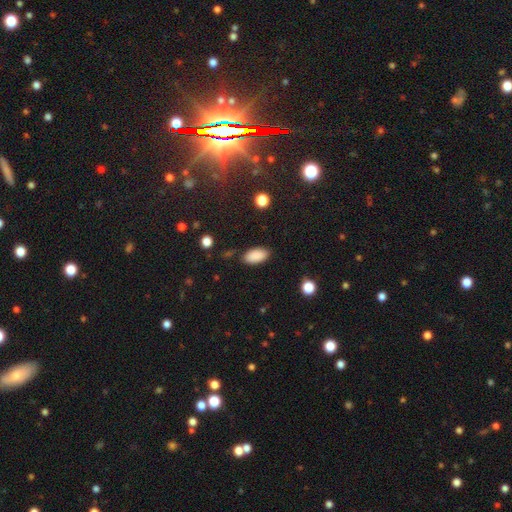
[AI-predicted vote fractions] Smooth or featured? Predicted: smooth (p=0.89). How rounded? Predicted: in between (p=0.94). Merging? Predicted: none (p=0.84).